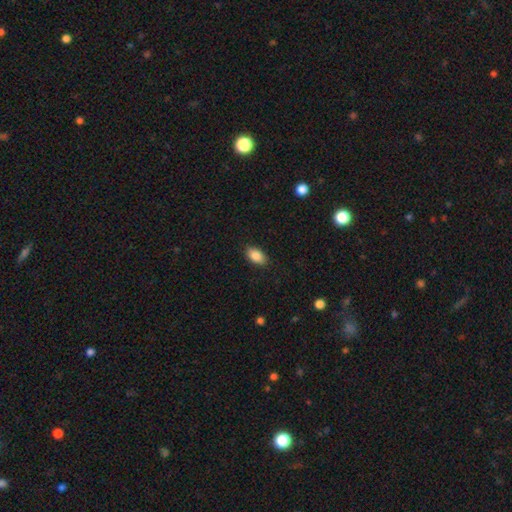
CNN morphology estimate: Smooth or featured?
  - smooth: 87% *
  - star or artifact: 8%
  - featured or disk: 6%
How rounded?
  - in between: 92% *
  - round: 5%
  - cigar-shaped: 3%
Merging?
  - none: 88% *
  - minor disturbance: 9%
  - major disturbance: 2%
  - merger: 1%